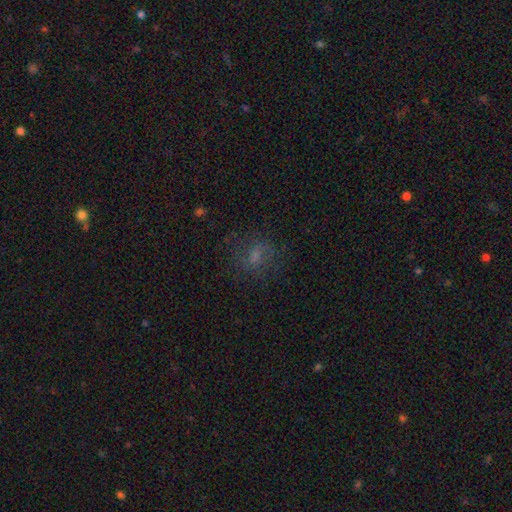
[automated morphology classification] A smooth galaxy with no disk features (54%) that is round (54%). Merging: none (69%).